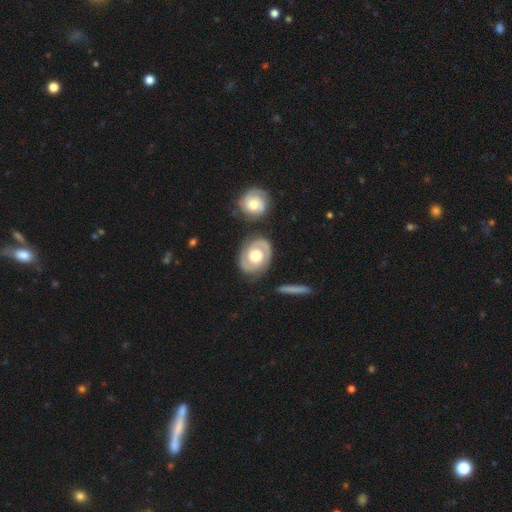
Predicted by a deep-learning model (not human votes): Smooth or featured? featured or disk (79%)
Edge-on disk? no (96%)
Bar? no (77%)
Spiral arms? yes (86%)
Spiral winding? tight (59%)
Spiral arm count? 2 (87%)
Bulge size? moderate (54%)
Merging? none (76%)